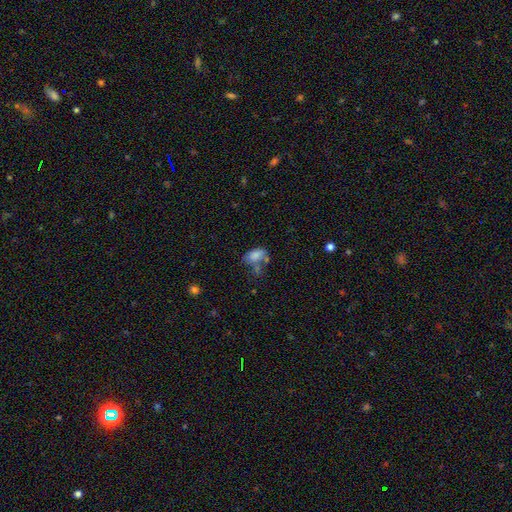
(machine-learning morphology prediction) Q: Smooth or featured?
A: smooth (78%); runner-up: featured or disk (12%)
Q: How rounded?
A: in between (90%); runner-up: round (8%)
Q: Merging?
A: none (36%); runner-up: merger (26%)